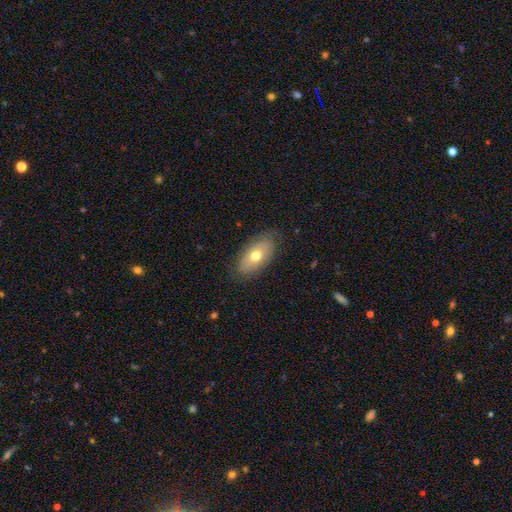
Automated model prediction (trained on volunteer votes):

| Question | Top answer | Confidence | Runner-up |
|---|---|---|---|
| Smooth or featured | smooth | 62% | featured or disk (31%) |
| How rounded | in between | 91% | round (5%) |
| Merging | none | 79% | minor disturbance (16%) |